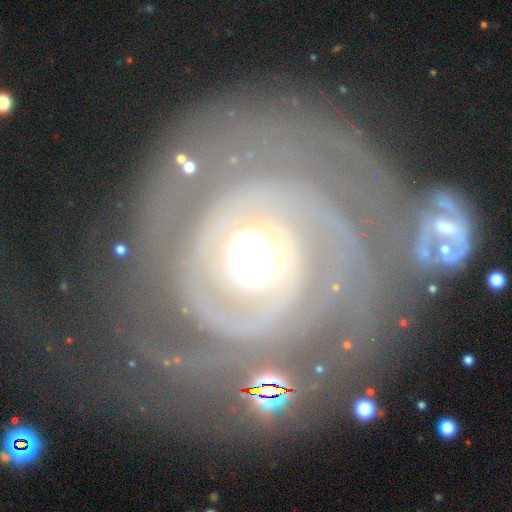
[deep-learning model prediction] featured or disk 89%, smooth 6%, star or artifact 5%. Down the decision tree: edge-on disk — no (97%); bar — no (74%); spiral arms — yes (93%); spiral arm count — 2 (43%); spiral winding — tight (71%); bulge size — moderate (62%); merging — none (53%).